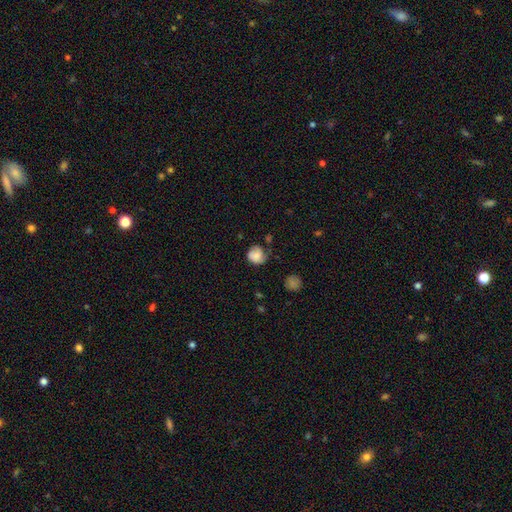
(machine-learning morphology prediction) Smooth or featured? smooth (69%)
How rounded? round (78%)
Merging? none (50%)